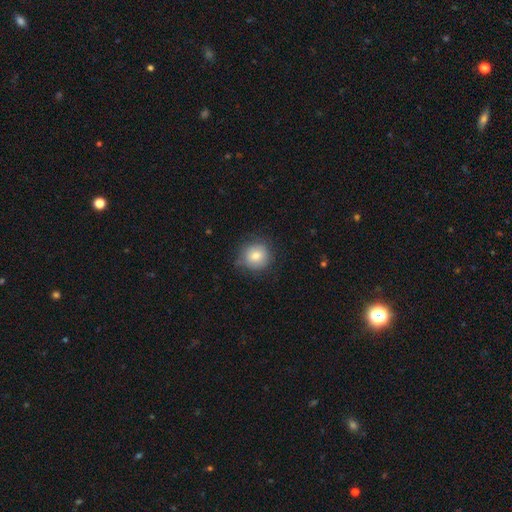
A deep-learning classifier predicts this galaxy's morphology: Smooth or featured: smooth — 78% (featured or disk — 13%)
How rounded: round — 91% (in between — 8%)
Merging: none — 78% (minor disturbance — 16%)